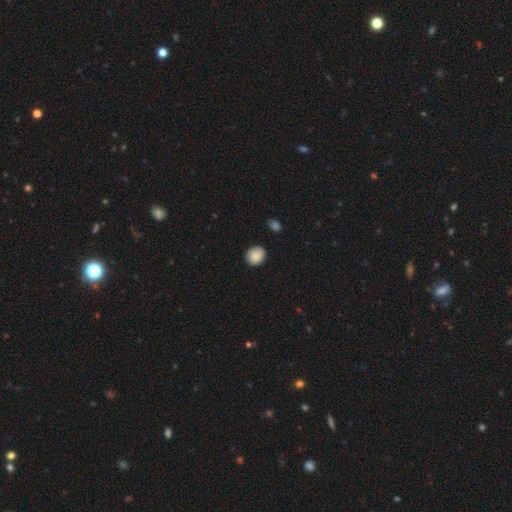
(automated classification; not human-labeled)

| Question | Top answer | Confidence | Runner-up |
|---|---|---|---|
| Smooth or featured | smooth | 88% | star or artifact (8%) |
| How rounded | round | 67% | in between (32%) |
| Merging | none | 87% | minor disturbance (10%) |